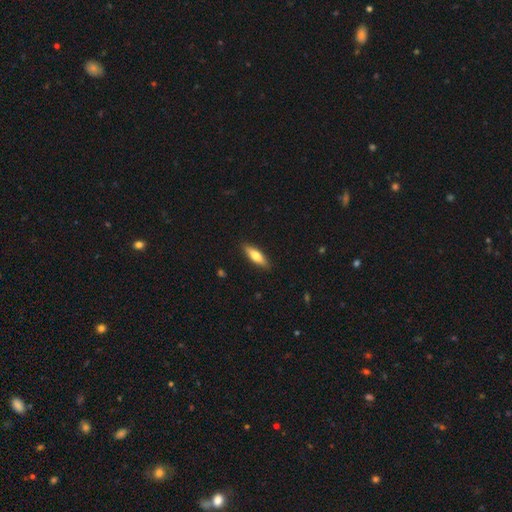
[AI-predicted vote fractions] smooth-or-featured: smooth: 69% | featured or disk: 26% | star or artifact: 6%
  how-rounded: cigar-shaped: 51% | in between: 47% | round: 2%
  merging: none: 89% | minor disturbance: 8% | major disturbance: 2% | merger: 1%